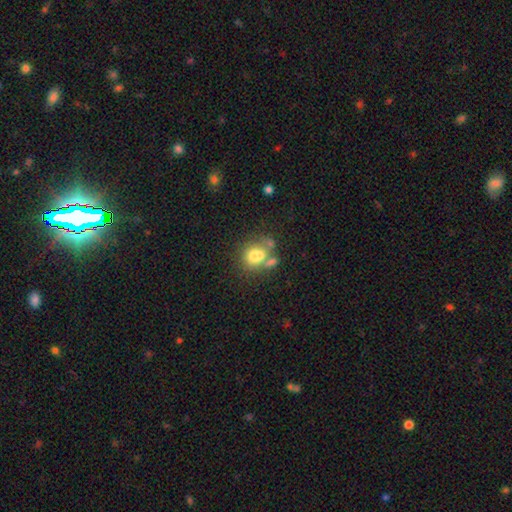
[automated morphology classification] This appears to be a smooth galaxy with no disk features (73%) that is in between round and cigar-shaped (50%). Merging: none (39%).